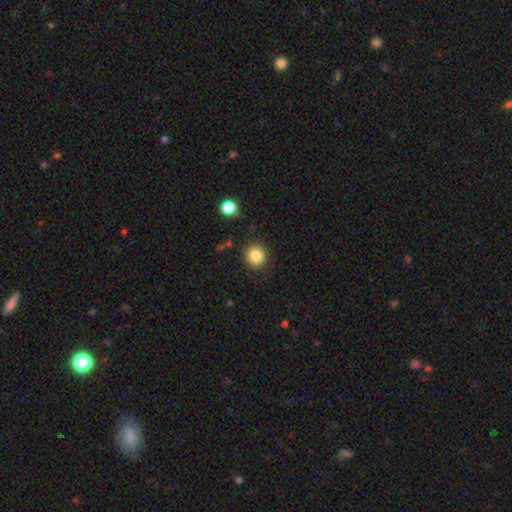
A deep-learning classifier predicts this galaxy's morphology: Smooth or featured? Predicted: smooth (p=0.85). How rounded? Predicted: round (p=0.90). Merging? Predicted: none (p=0.88).